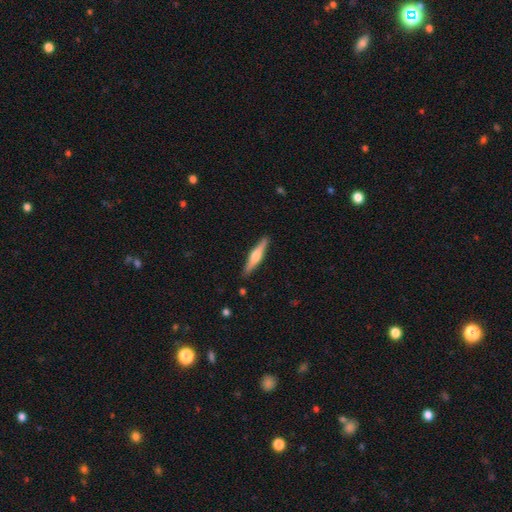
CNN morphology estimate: A featured or disk galaxy (55%) viewed edge-on (97%) with a rounded central bulge (84%).

Vote fractions:
- Smooth or featured? featured or disk: 55% / smooth: 39% / star or artifact: 5%
- Edge-on disk? yes: 97% / no: 3%
- Edge-on bulge? rounded: 84% / boxy: 10% / none: 6%
- Merging? none: 89% / minor disturbance: 8% / major disturbance: 2% / merger: 1%